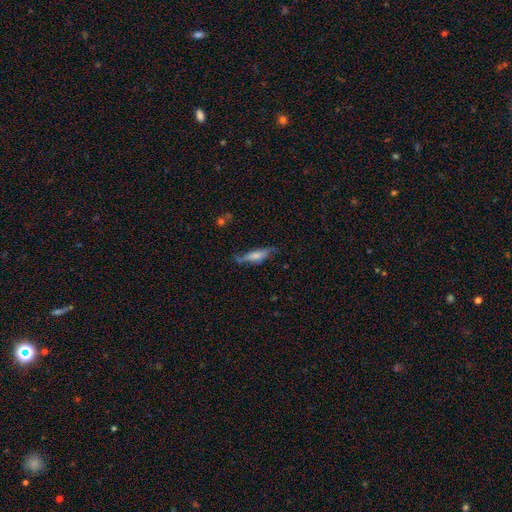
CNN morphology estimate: type=smooth (61%); roundness=cigar-shaped (60%); merging=none (54%).